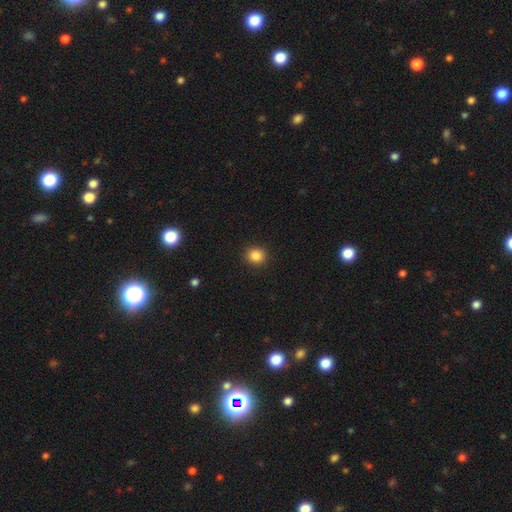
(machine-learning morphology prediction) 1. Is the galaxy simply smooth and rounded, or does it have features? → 85% smooth, 11% star or artifact, 4% featured or disk.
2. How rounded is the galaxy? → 83% round, 16% in between, 1% cigar-shaped.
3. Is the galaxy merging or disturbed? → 91% none, 6% minor disturbance, 2% major disturbance, 1% merger.